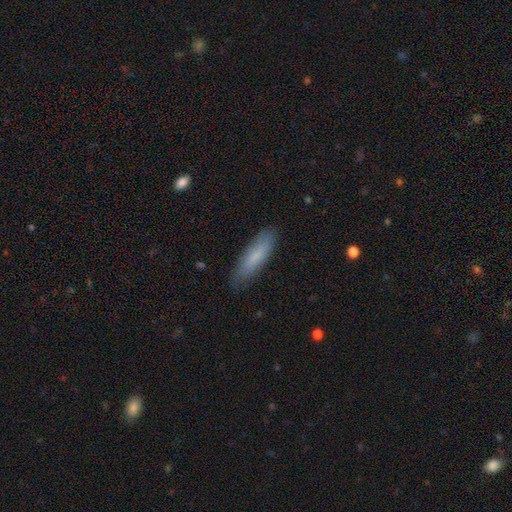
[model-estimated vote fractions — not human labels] This is likely a smooth galaxy (80%). How rounded: likely cigar-shaped (64%). Merging: clearly none (84%).